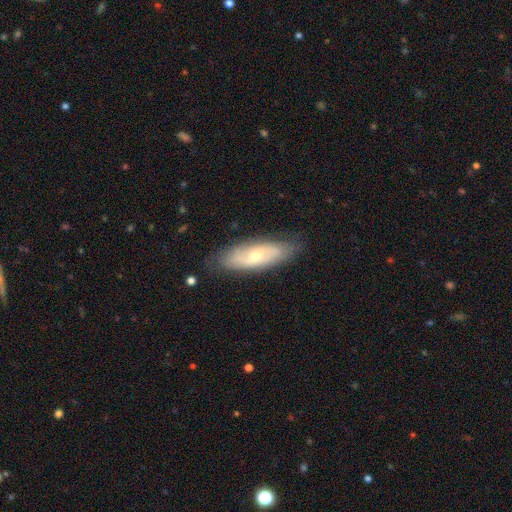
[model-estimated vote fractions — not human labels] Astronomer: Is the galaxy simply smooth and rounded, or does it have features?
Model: featured or disk — 62%.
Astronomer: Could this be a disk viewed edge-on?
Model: no — 82%.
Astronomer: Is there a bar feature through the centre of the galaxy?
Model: no — 50% (runner-up: weak, 40%).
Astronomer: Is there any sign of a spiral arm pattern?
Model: yes — 80%.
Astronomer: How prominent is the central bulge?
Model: small — 50% (runner-up: moderate, 45%).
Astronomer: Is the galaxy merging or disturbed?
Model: none — 80%.